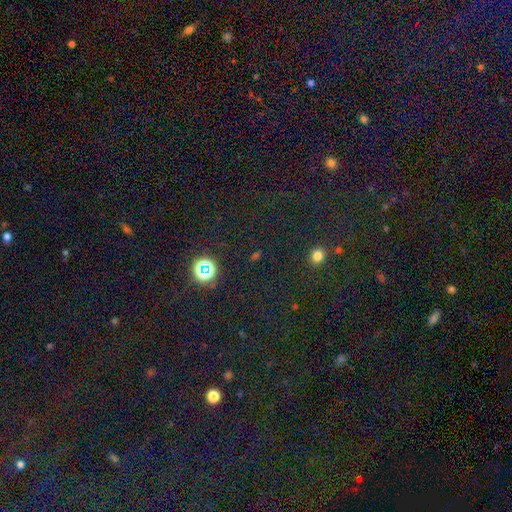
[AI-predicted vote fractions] Morphology: type=star or artifact (66%).